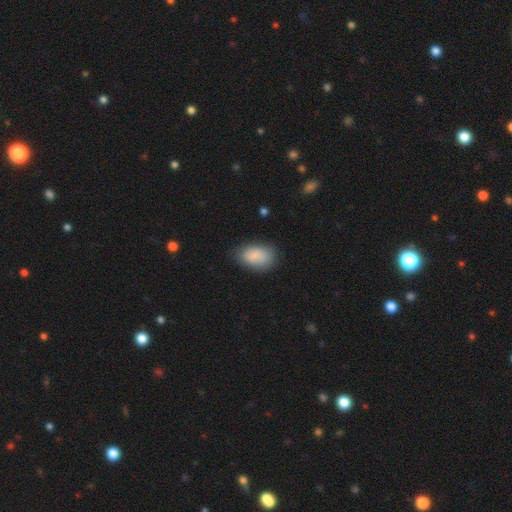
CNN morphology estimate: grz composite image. It shows a smooth galaxy with no disk features (84%) that is in between round and cigar-shaped (91%). Merging: none (76%).